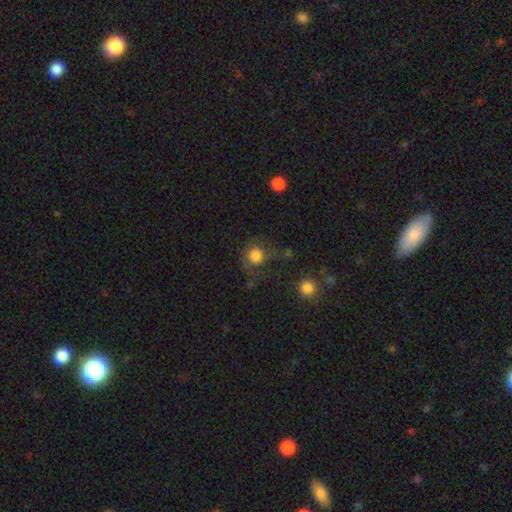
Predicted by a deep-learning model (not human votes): Smooth or featured? smooth (77%)
How rounded? round (87%)
Merging? none (56%)